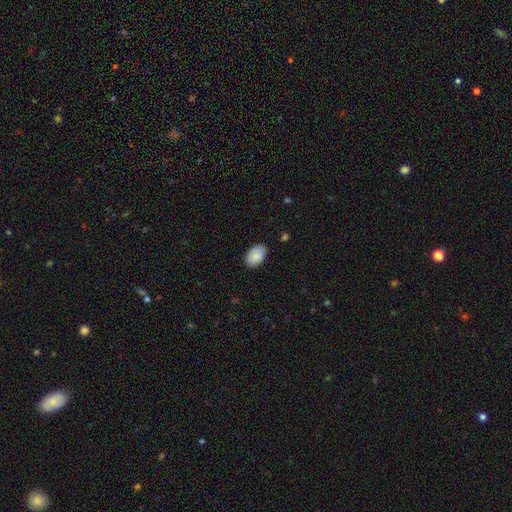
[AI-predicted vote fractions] Smooth or featured?
  - smooth: 89% *
  - star or artifact: 6%
  - featured or disk: 5%
How rounded?
  - in between: 90% *
  - round: 9%
  - cigar-shaped: 1%
Merging?
  - none: 84% *
  - minor disturbance: 12%
  - major disturbance: 2%
  - merger: 1%